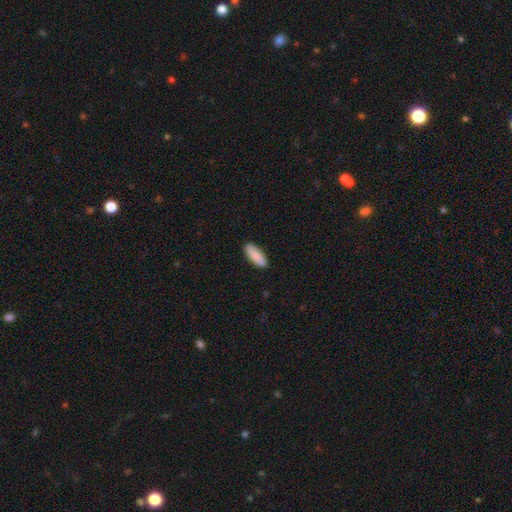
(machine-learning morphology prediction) smooth-or-featured: smooth: 90% | star or artifact: 5% | featured or disk: 5%
  how-rounded: in between: 68% | cigar-shaped: 31% | round: 2%
  merging: none: 89% | minor disturbance: 8% | major disturbance: 2% | merger: 1%